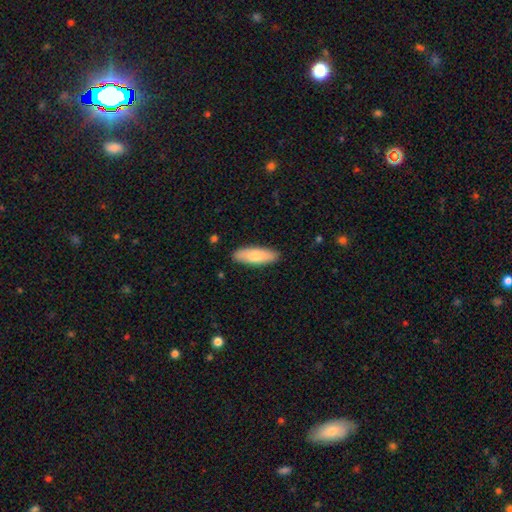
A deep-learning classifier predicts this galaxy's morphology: smooth_or_featured: smooth (p=0.78) [alt: featured or disk p=0.17]
how_rounded: in between (p=0.59) [alt: cigar-shaped p=0.39]
merging: none (p=0.88) [alt: minor disturbance p=0.09]